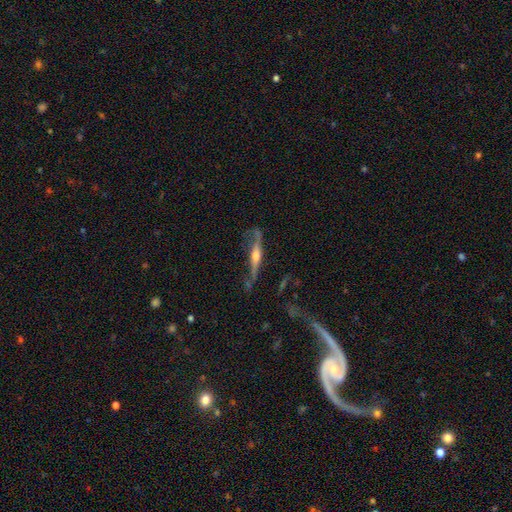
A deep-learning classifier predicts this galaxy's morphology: The model was most divided on "merging": none: 63%, minor disturbance: 23%, major disturbance: 10%, merger: 4%. More confident: edge-on disk — yes (94%); edge-on bulge — rounded (90%); smooth or featured — featured or disk (77%).